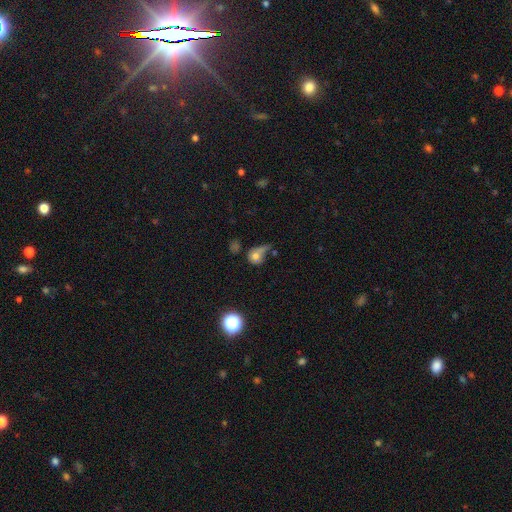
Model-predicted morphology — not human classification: smooth 64%, featured or disk 22%, star or artifact 14%. Down the decision tree: how rounded — round (60%); merging — major disturbance (35%).